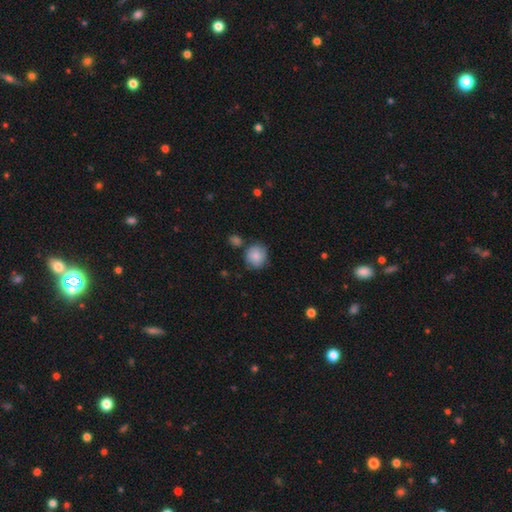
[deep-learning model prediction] Smooth or featured? Predicted: smooth (p=0.80). How rounded? Predicted: round (p=0.83). Merging? Predicted: none (p=0.70).